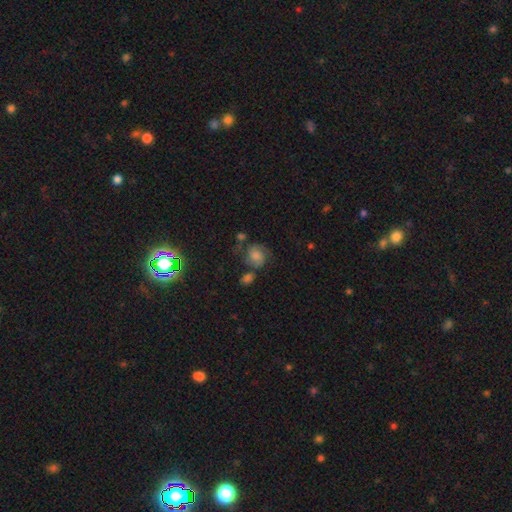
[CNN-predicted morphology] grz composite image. It shows a featured or disk galaxy (43%). Merging: none (54%).